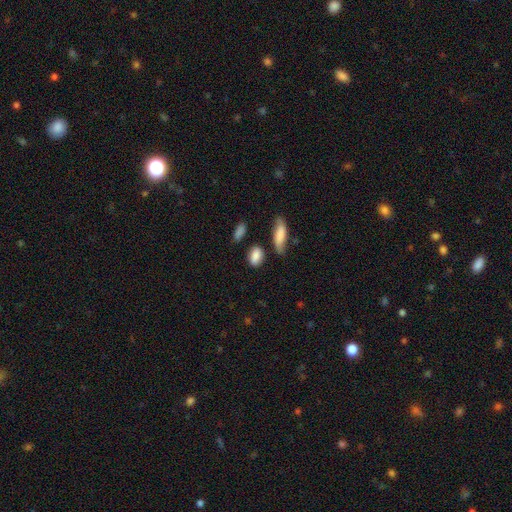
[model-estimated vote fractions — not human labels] Smooth or featured: smooth — 85% (featured or disk — 8%)
How rounded: in between — 84% (round — 11%)
Merging: none — 71% (minor disturbance — 18%)